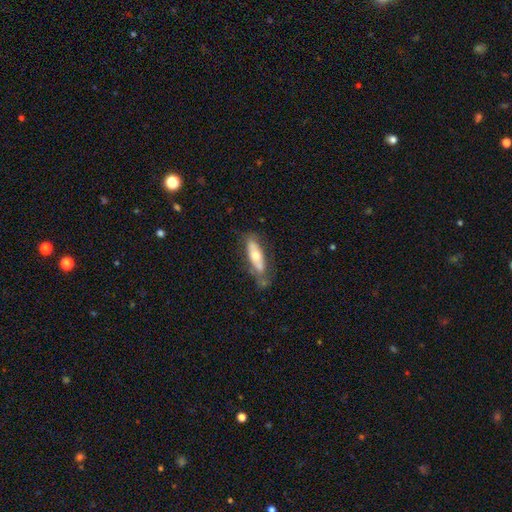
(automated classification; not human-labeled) Smooth or featured? smooth (52%)
How rounded? in between (51%)
Merging? none (58%)